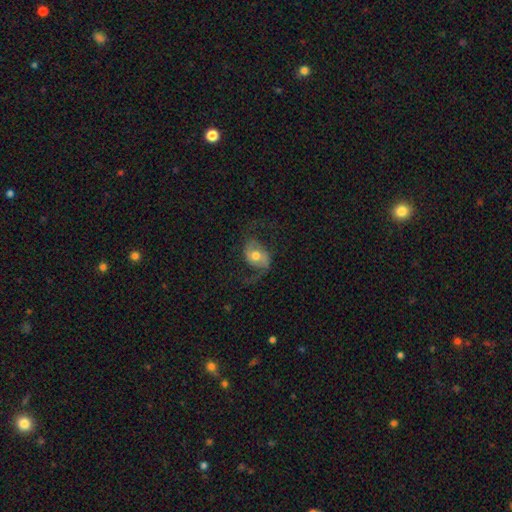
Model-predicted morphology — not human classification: Overall: featured or disk (71%). Edge-on disk: no (96%). Bar: no (56%; weak 31%). Spiral arms: yes (89%). Spiral arm count: 2 (91%). Spiral winding: loose (65%; medium 29%). Bulge size: moderate (72%). Merging: none (65%).